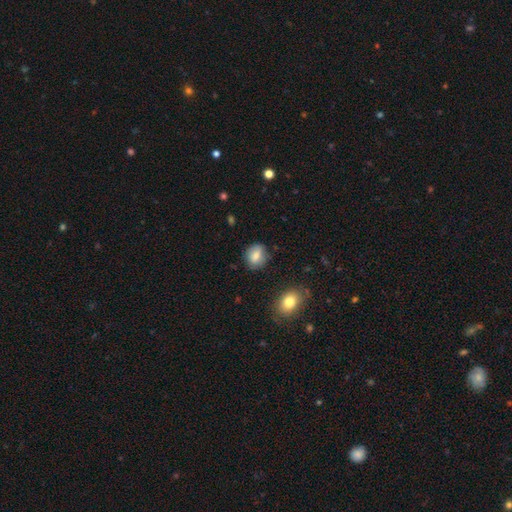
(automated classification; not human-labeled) A smooth galaxy with no disk features (81%) that is round (59%). Merging: none (80%).